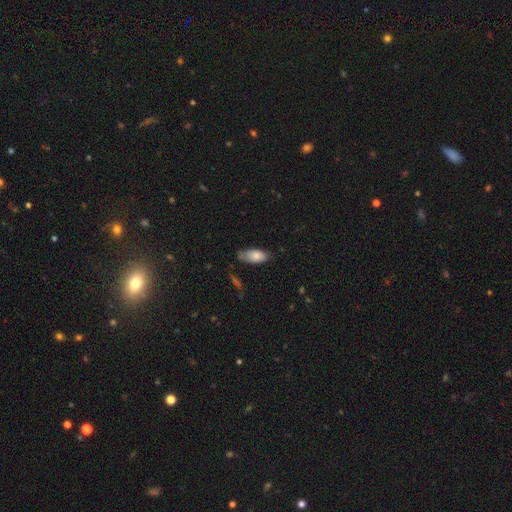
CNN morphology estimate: A smooth galaxy with no disk features (80%) that is in between round and cigar-shaped (85%).

Vote fractions:
- Smooth or featured? smooth: 80% / featured or disk: 14% / star or artifact: 7%
- How rounded? in between: 85% / cigar-shaped: 13% / round: 2%
- Merging? none: 60% / minor disturbance: 30% / major disturbance: 7% / merger: 3%